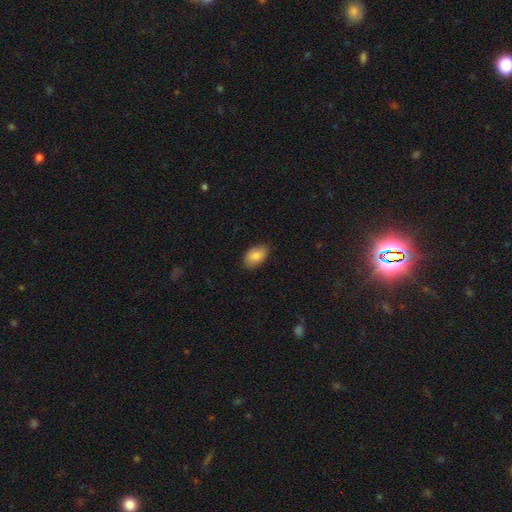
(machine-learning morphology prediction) smooth_or_featured: smooth (p=0.85) [alt: featured or disk p=0.09]
how_rounded: in between (p=0.92) [alt: round p=0.06]
merging: none (p=0.84) [alt: minor disturbance p=0.13]